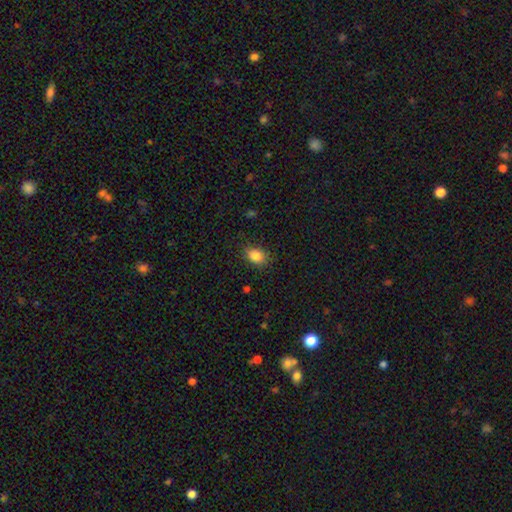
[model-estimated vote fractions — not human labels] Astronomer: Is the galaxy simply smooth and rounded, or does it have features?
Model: smooth — 86%.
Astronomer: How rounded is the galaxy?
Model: in between — 71%.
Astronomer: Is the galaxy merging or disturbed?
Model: none — 83%.